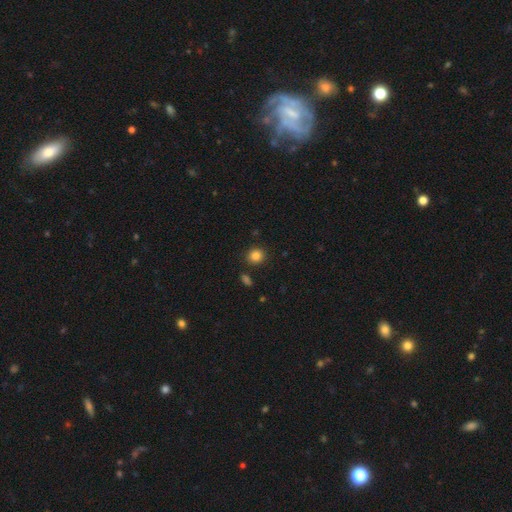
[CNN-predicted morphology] Q: Smooth or featured?
A: smooth (85%); runner-up: star or artifact (11%)
Q: How rounded?
A: round (82%); runner-up: in between (17%)
Q: Merging?
A: none (86%); runner-up: minor disturbance (8%)